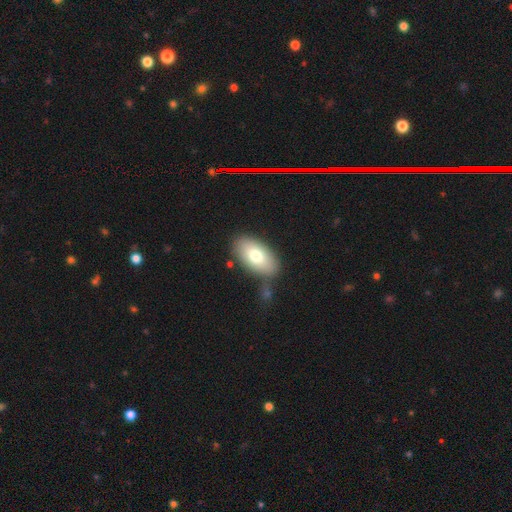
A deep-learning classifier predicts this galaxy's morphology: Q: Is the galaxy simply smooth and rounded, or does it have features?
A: smooth — 74%.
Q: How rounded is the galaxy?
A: in between — 94%.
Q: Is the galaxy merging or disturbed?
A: none — 75%.